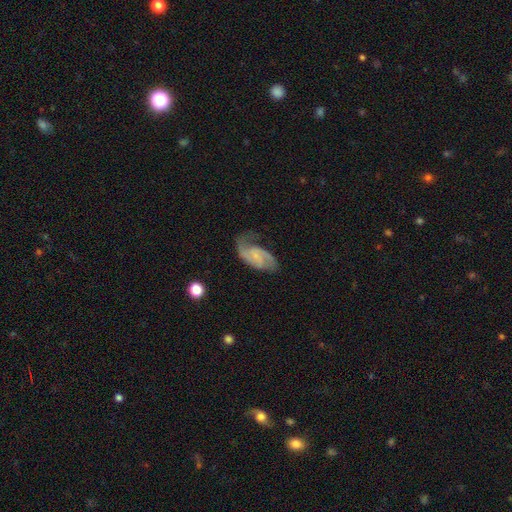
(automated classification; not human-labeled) featured or disk 82%, smooth 12%, star or artifact 6%. Down the decision tree: edge-on disk — no (97%); bar — no (49%); spiral arms — yes (95%); spiral arm count — 2 (84%); spiral winding — medium (50%); bulge size — small (61%); merging — none (59%).